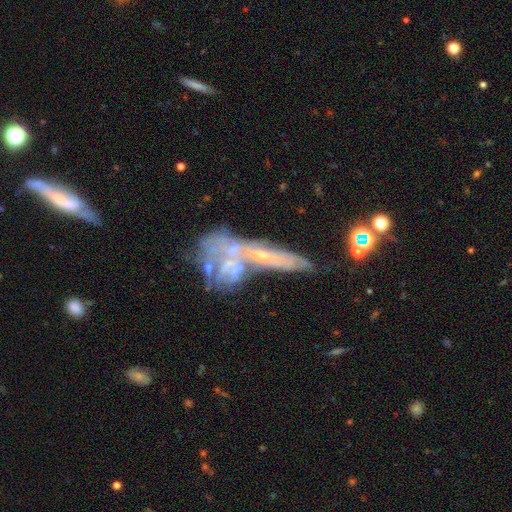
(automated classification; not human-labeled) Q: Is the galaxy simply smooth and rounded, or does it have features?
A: featured or disk — 59%.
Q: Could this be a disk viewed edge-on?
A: no — 66%.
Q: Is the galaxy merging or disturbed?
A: merger — 46%.